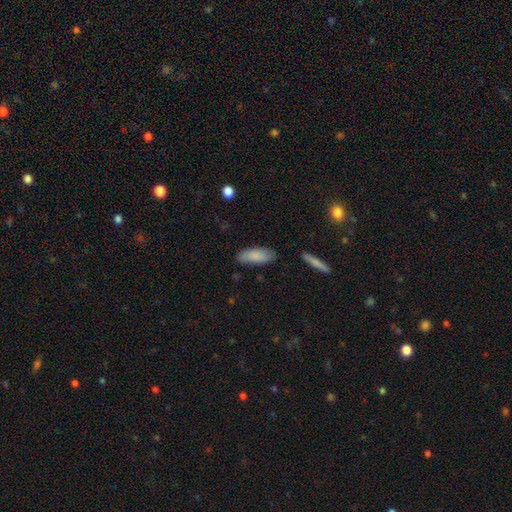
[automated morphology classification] Smooth or featured? smooth (84%)
How rounded? in between (76%)
Merging? none (82%)